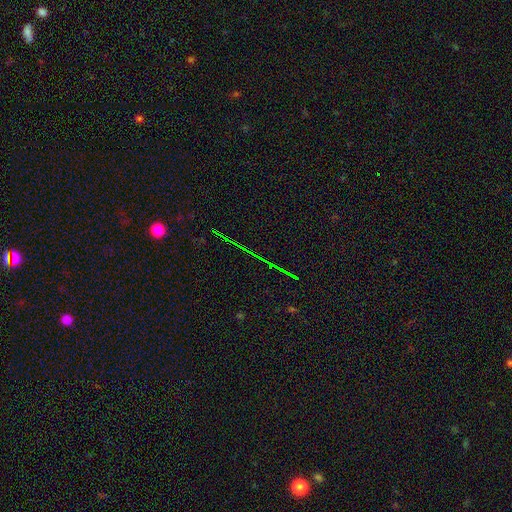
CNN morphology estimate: This appears to be a star or artifact, not a galaxy (79%).